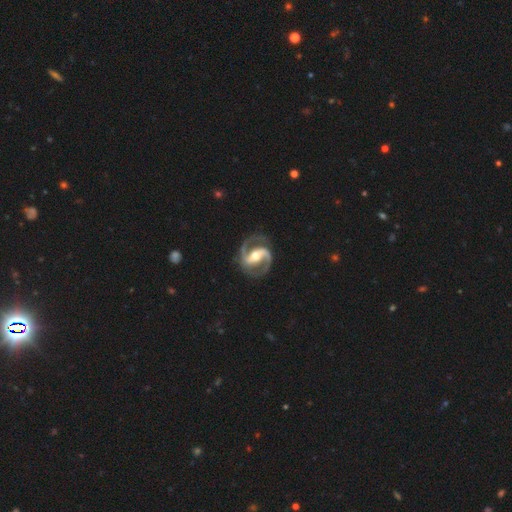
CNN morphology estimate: Smooth or featured? Predicted: featured or disk (p=0.93). Edge-on disk? Predicted: no (p=0.98). Bar? Predicted: strong (p=0.53). Spiral arms? Predicted: yes (p=0.98). Spiral winding? Predicted: medium (p=0.62). Spiral arm count? Predicted: 2 (p=0.94). Bulge size? Predicted: moderate (p=0.71). Merging? Predicted: none (p=0.85).